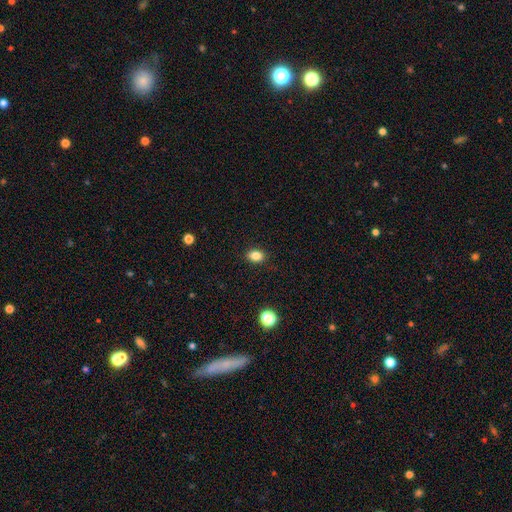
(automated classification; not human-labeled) Smooth or featured: smooth — 84% (star or artifact — 11%)
How rounded: in between — 72% (round — 27%)
Merging: none — 89% (minor disturbance — 8%)